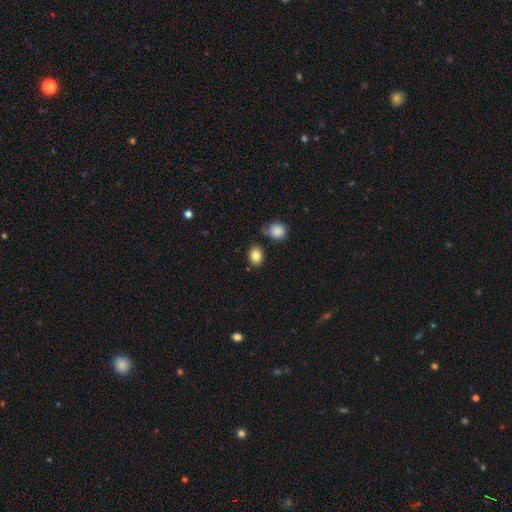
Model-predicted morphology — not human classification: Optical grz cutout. It shows a smooth galaxy with no disk features (84%) that is in between round and cigar-shaped (57%). Merging: none (79%).